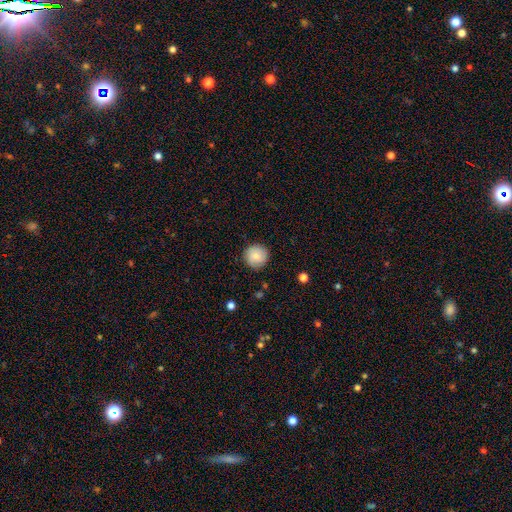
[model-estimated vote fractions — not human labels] Smooth or featured?
  - smooth: 81% *
  - featured or disk: 11%
  - star or artifact: 7%
How rounded?
  - round: 95% *
  - in between: 4%
  - cigar-shaped: 1%
Merging?
  - none: 89% *
  - minor disturbance: 8%
  - major disturbance: 2%
  - merger: 1%